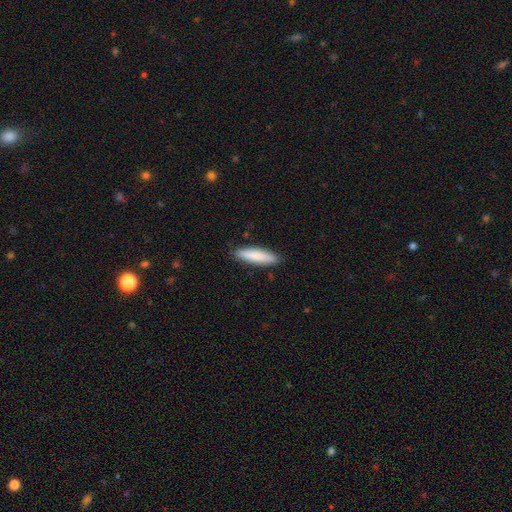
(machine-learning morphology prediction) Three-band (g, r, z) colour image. It shows a smooth galaxy with no disk features (83%) that is cigar-shaped (77%). Merging: none (88%).